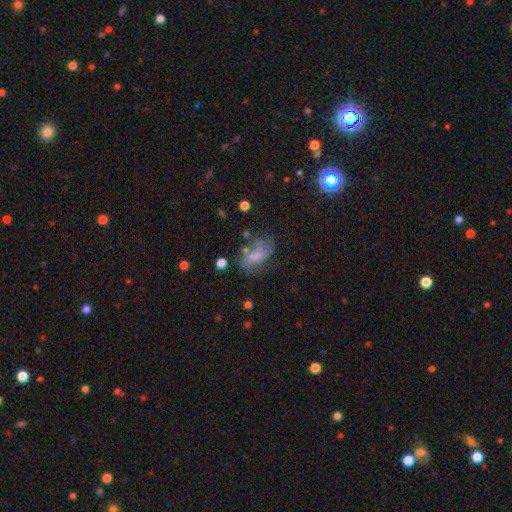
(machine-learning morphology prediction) smooth_or_featured: smooth (p=0.54) [alt: featured or disk p=0.34]
how_rounded: in between (p=0.86) [alt: round p=0.10]
merging: none (p=0.40) [alt: minor disturbance p=0.25]